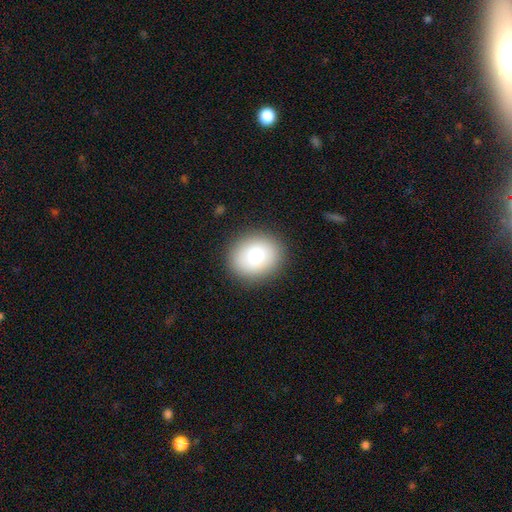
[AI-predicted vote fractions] Smooth or featured? smooth (78%)
How rounded? round (70%)
Merging? none (88%)